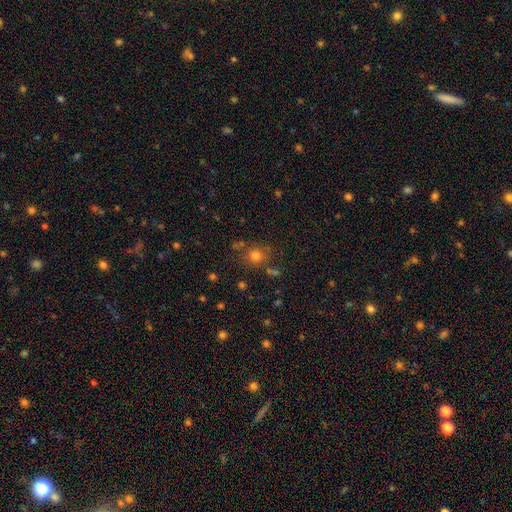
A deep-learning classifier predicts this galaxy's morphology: Overall: smooth (74%). How rounded: round (85%). Merging: none (76%).